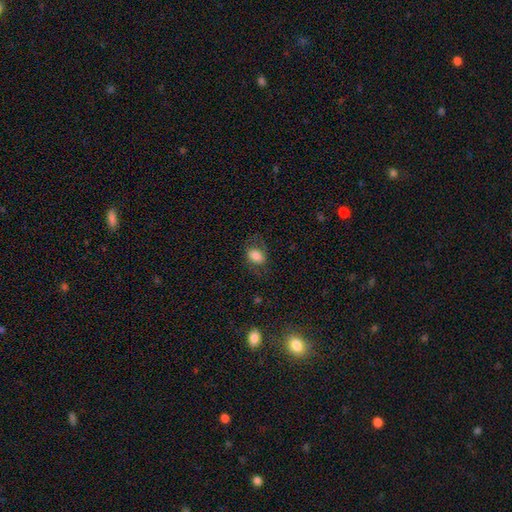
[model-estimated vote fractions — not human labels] Overall: smooth (70%). How rounded: in between (73%). Merging: none (65%).